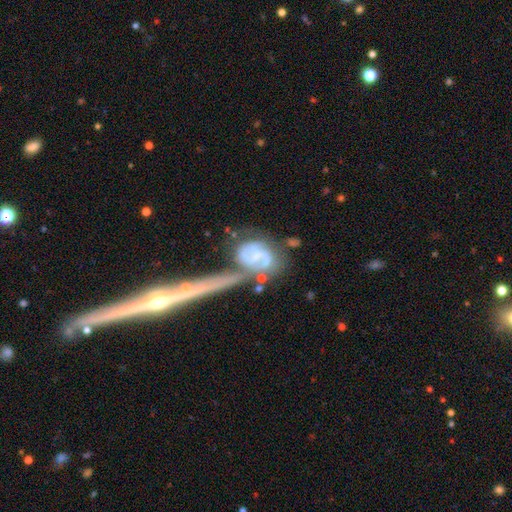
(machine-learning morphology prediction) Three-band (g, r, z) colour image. It shows a featured or disk galaxy (72%) with no bar (47%), 2 (66%) tight (43%) spiral arms (83%) and a small central bulge (49%). Merging: none (38%).